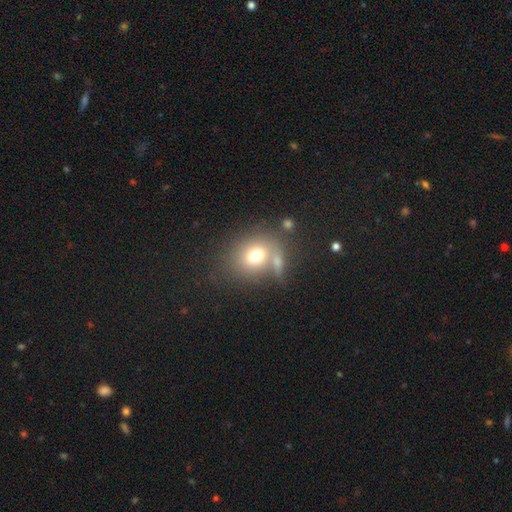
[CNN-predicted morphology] Smooth or featured: smooth — 72% (featured or disk — 17%)
How rounded: round — 52% (in between — 47%)
Merging: none — 55% (merger — 25%)